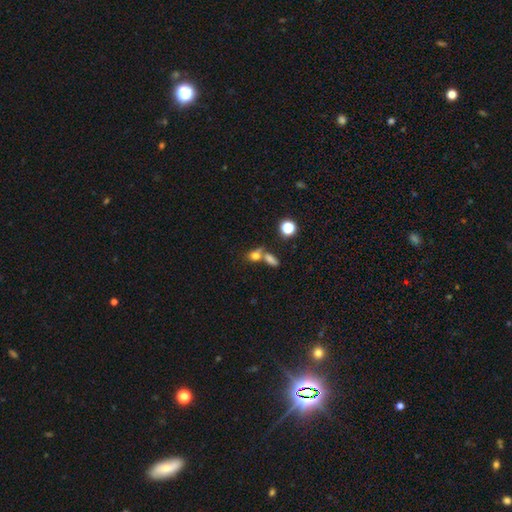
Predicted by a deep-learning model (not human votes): Smooth or featured: smooth — 73% (star or artifact — 15%)
How rounded: in between — 53% (round — 41%)
Merging: merger — 45% (none — 41%)